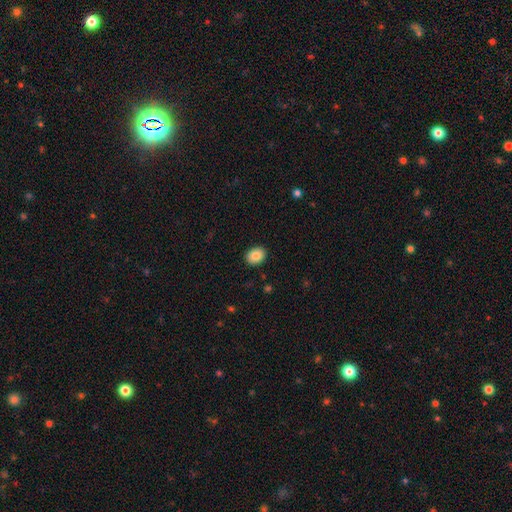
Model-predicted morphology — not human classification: Smooth or featured? Predicted: smooth (p=0.85). How rounded? Predicted: in between (p=0.54). Merging? Predicted: none (p=0.91).